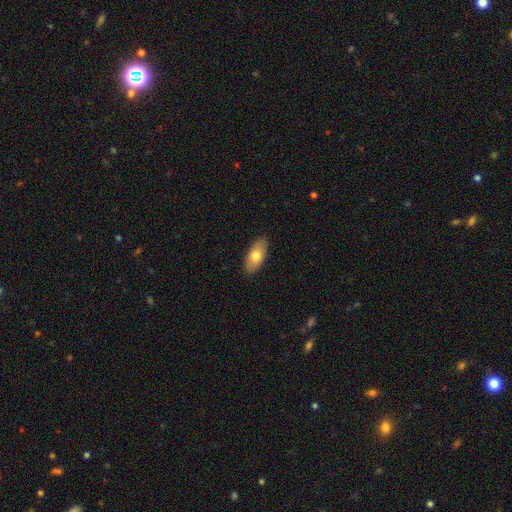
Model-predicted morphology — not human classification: This appears to be a smooth galaxy with no disk features (75%) that is in between round and cigar-shaped (91%). Merging: none (87%).